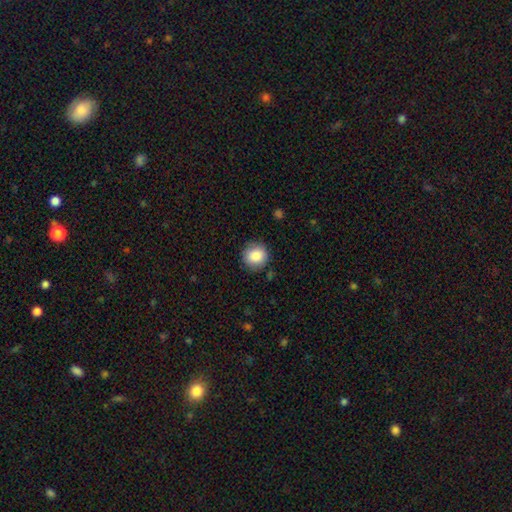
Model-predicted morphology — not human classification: Smooth or featured?
  - smooth: 87% *
  - star or artifact: 8%
  - featured or disk: 5%
How rounded?
  - round: 90% *
  - in between: 9%
  - cigar-shaped: 1%
Merging?
  - none: 86% *
  - minor disturbance: 10%
  - major disturbance: 3%
  - merger: 1%